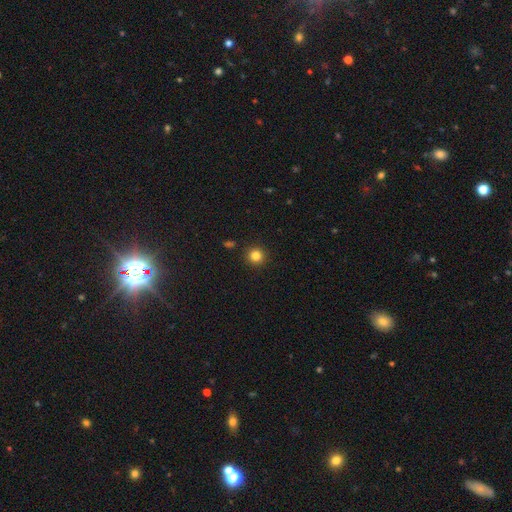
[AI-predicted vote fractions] Smooth or featured? smooth (83%)
How rounded? round (95%)
Merging? none (92%)